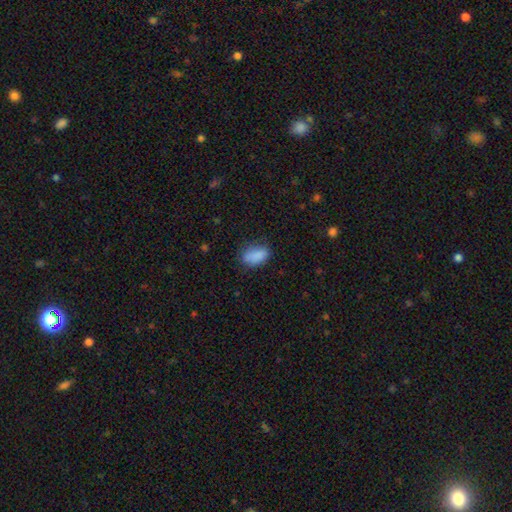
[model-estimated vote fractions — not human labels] Morphology: type=smooth (86%); roundness=in between (90%); merging=none (71%).